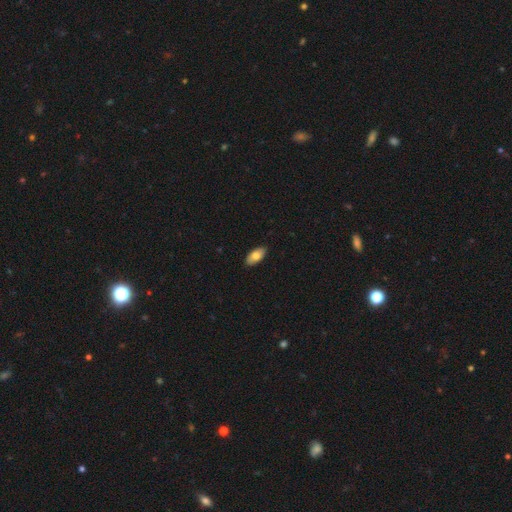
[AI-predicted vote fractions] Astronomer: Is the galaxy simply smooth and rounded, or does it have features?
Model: smooth — 78%.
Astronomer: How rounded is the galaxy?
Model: in between — 92%.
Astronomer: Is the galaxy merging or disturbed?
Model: none — 90%.